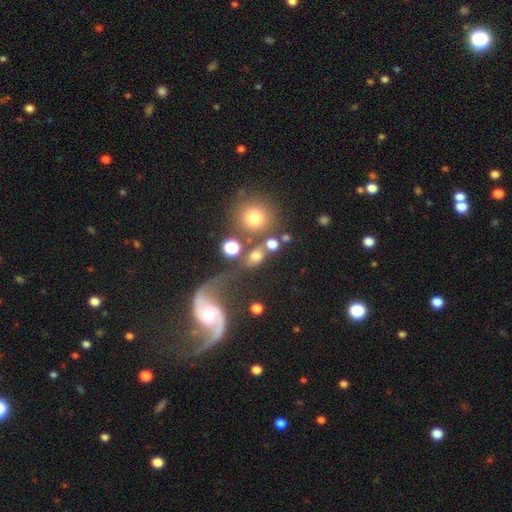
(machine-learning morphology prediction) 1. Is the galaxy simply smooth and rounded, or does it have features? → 64% smooth, 19% featured or disk, 17% star or artifact.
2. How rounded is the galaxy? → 49% round, 47% in between, 4% cigar-shaped.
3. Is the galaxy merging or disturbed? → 43% none, 27% merger, 15% major disturbance, 15% minor disturbance.